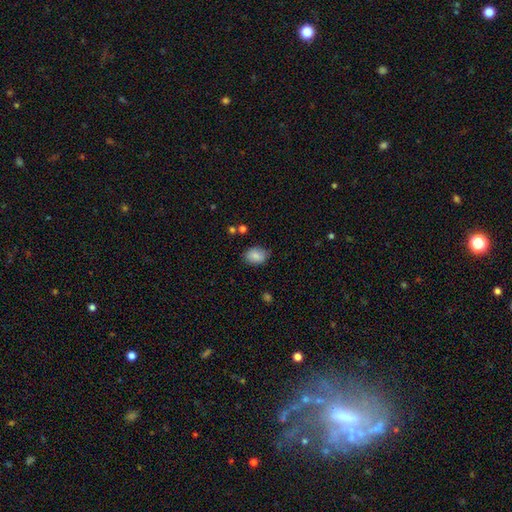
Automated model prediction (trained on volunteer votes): Smooth or featured?
  - smooth: 83% *
  - featured or disk: 9%
  - star or artifact: 8%
How rounded?
  - in between: 72% *
  - round: 27%
  - cigar-shaped: 1%
Merging?
  - none: 77% *
  - minor disturbance: 18%
  - major disturbance: 3%
  - merger: 2%